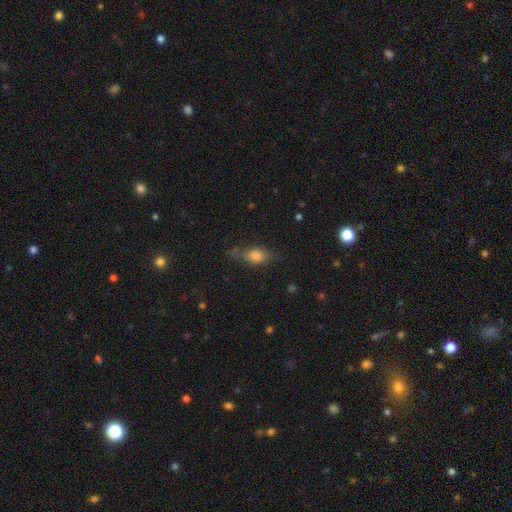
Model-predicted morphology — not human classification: smooth_or_featured: smooth (p=0.64) [alt: featured or disk p=0.26]
how_rounded: in between (p=0.66) [alt: cigar-shaped p=0.18]
merging: none (p=0.63) [alt: minor disturbance p=0.25]